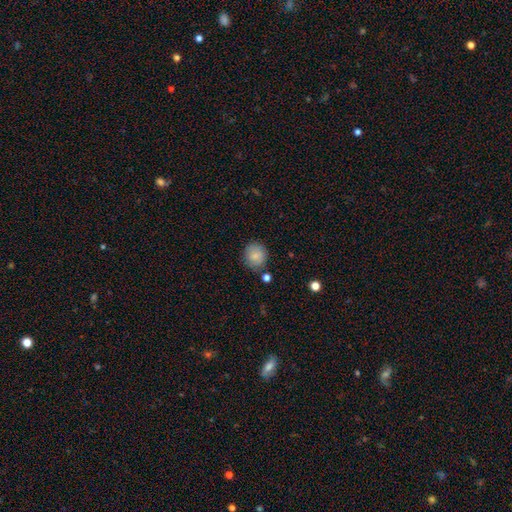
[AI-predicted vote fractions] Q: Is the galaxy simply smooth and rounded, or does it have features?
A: smooth — 83%.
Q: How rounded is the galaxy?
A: round — 81%.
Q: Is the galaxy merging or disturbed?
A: none — 78%.